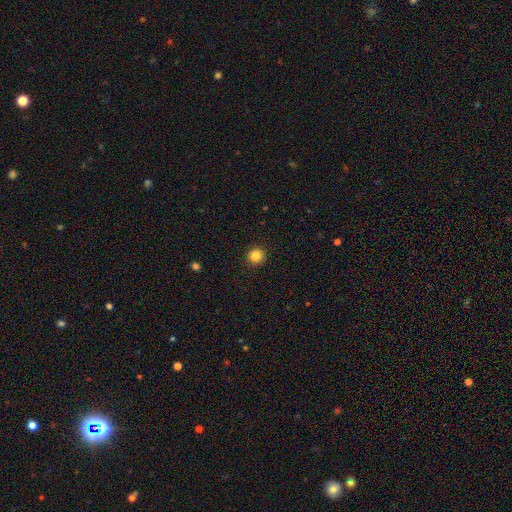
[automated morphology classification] Smooth or featured?
  - smooth: 84% *
  - star or artifact: 11%
  - featured or disk: 5%
How rounded?
  - round: 95% *
  - in between: 4%
  - cigar-shaped: 1%
Merging?
  - none: 92% *
  - minor disturbance: 5%
  - major disturbance: 2%
  - merger: 1%